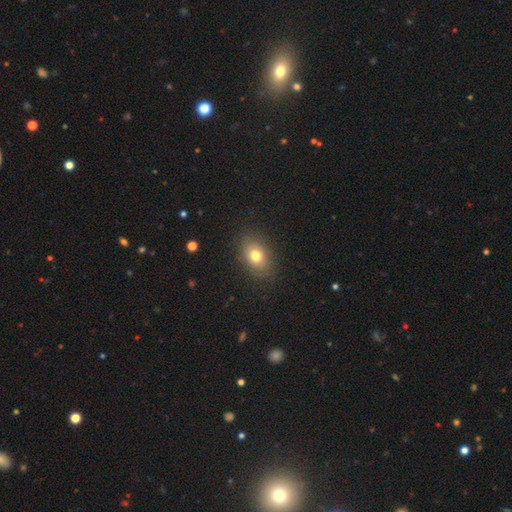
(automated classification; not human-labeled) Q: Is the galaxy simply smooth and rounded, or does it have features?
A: smooth — 72%.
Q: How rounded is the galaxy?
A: in between — 76%.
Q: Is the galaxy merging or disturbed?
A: none — 84%.